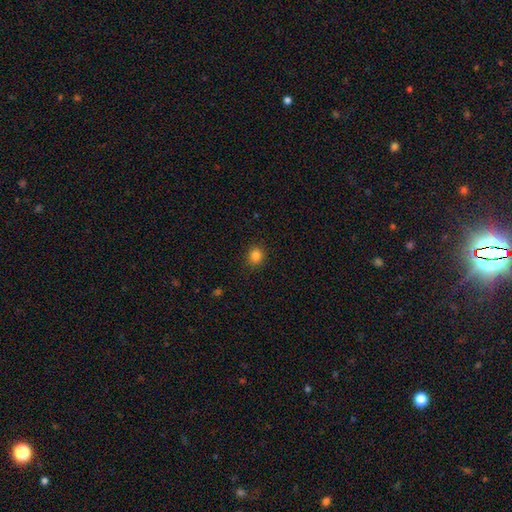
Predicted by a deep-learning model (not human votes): smooth_or_featured: smooth (p=0.83) [alt: star or artifact p=0.12]
how_rounded: round (p=0.84) [alt: in between p=0.15]
merging: none (p=0.90) [alt: minor disturbance p=0.07]